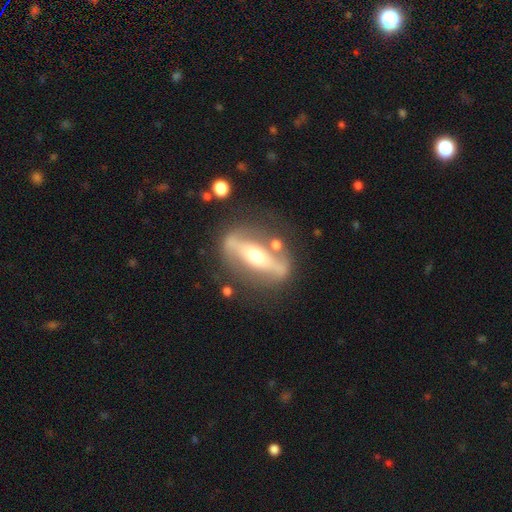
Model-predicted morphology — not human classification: A featured or disk galaxy (75%). Merging: none (71%).